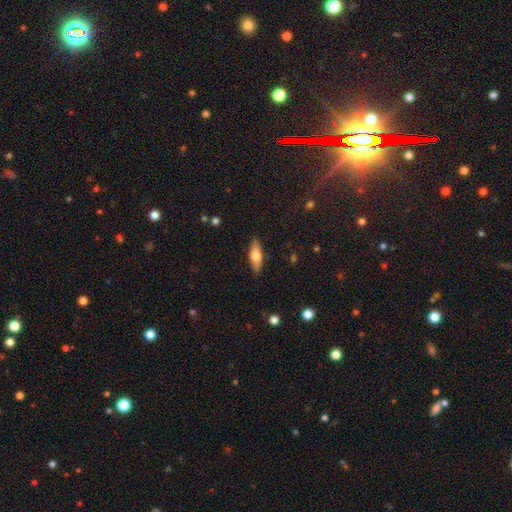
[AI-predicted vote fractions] A smooth galaxy with no disk features (62%) that is in between round and cigar-shaped (57%).

Vote fractions:
- Smooth or featured? smooth: 62% / featured or disk: 32% / star or artifact: 6%
- How rounded? in between: 57% / cigar-shaped: 40% / round: 3%
- Merging? none: 88% / minor disturbance: 9% / major disturbance: 2% / merger: 1%